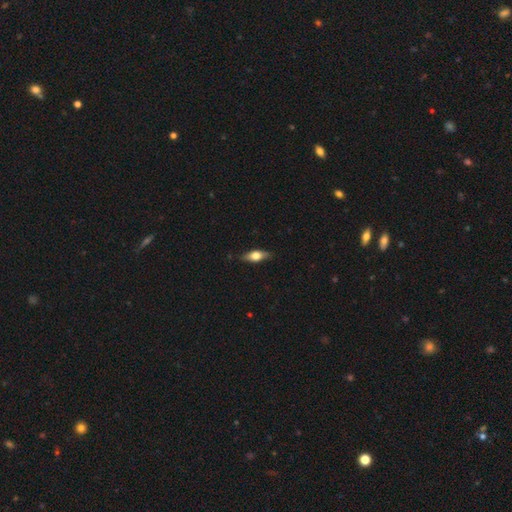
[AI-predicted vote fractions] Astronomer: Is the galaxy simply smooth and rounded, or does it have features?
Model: smooth — 55% (runner-up: featured or disk, 39%).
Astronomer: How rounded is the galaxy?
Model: in between — 68%.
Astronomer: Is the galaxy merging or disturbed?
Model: none — 84%.